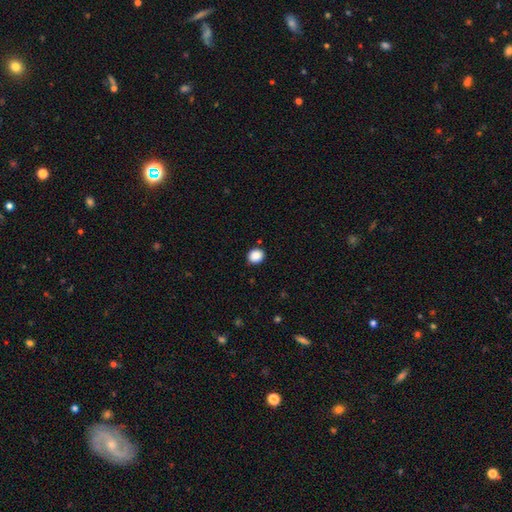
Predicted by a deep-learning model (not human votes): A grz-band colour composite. It shows a smooth galaxy with no disk features (89%) that is round (76%). Merging: none (90%).